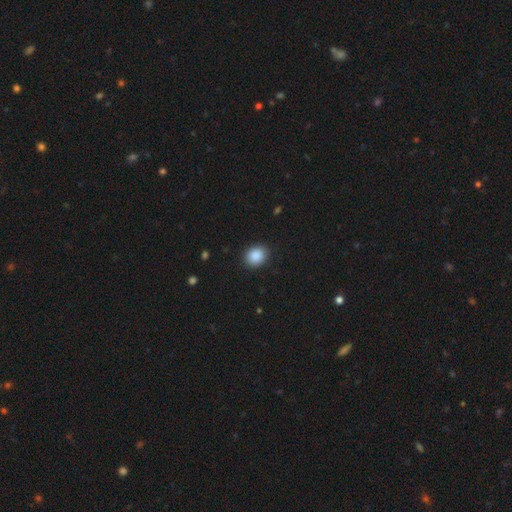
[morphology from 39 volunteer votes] Smooth or featured? smooth (82%)
How rounded? round (53%)
Merging? none (91%)